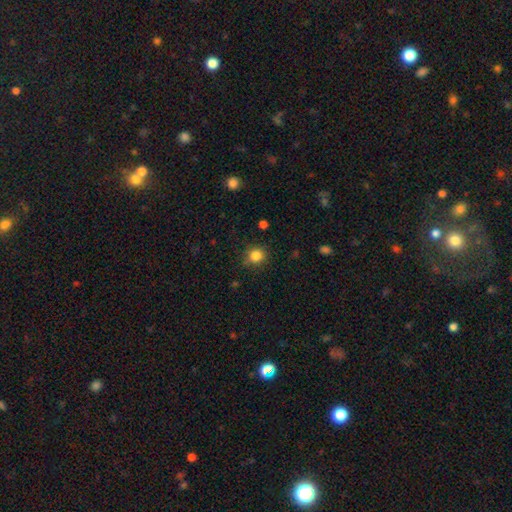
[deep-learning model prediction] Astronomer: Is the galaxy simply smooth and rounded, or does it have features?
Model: smooth — 84%.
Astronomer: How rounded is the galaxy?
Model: round — 86%.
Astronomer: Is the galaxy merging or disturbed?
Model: none — 81%.